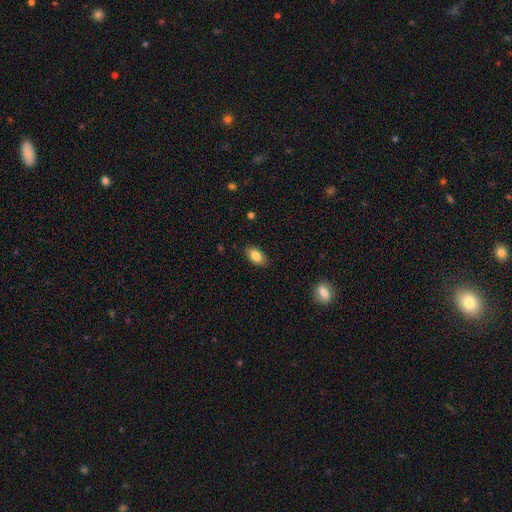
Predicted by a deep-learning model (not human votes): Smooth or featured?
  - smooth: 85% *
  - featured or disk: 8%
  - star or artifact: 7%
How rounded?
  - in between: 92% *
  - round: 5%
  - cigar-shaped: 3%
Merging?
  - none: 86% *
  - minor disturbance: 10%
  - major disturbance: 2%
  - merger: 1%